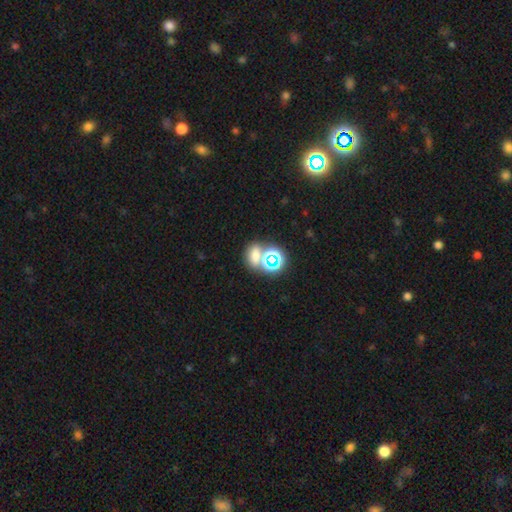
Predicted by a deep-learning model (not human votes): Smooth or featured? smooth (54%)
How rounded? in between (58%)
Merging? none (54%)